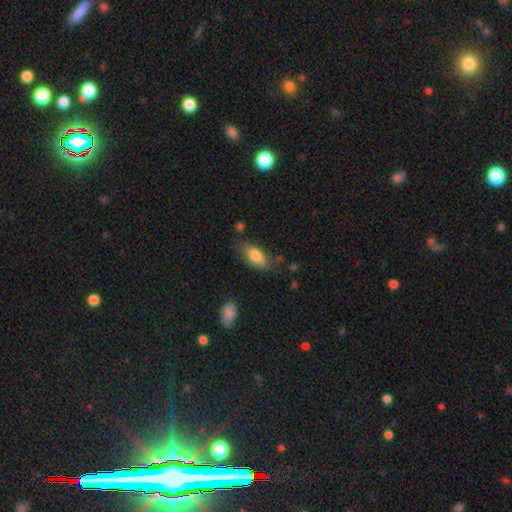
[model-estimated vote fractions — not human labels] The model was most divided on "merging": none: 68%, minor disturbance: 22%, major disturbance: 6%, merger: 4%. More confident: how rounded — in between (86%); smooth or featured — smooth (80%).